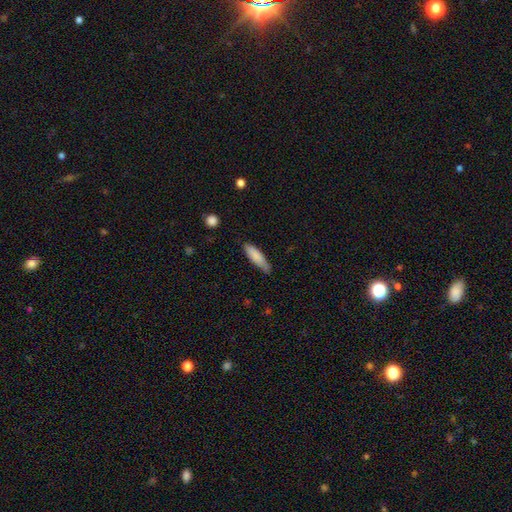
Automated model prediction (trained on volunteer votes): Q: Smooth or featured?
A: smooth (84%); runner-up: featured or disk (10%)
Q: How rounded?
A: cigar-shaped (59%); runner-up: in between (39%)
Q: Merging?
A: none (68%); runner-up: minor disturbance (27%)